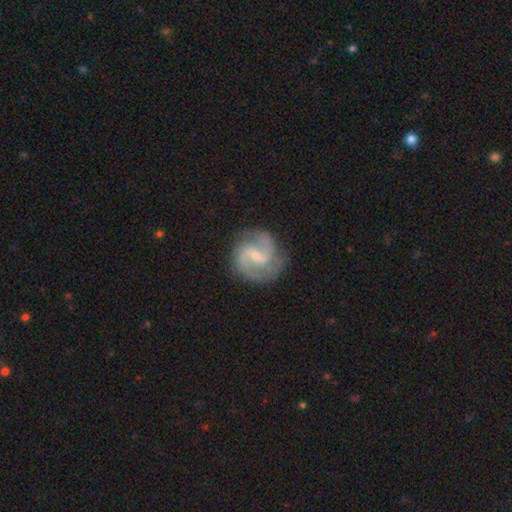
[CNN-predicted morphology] Smooth or featured: featured or disk — 88% (smooth — 7%)
Edge-on disk: no — 98% (yes — 2%)
Bar: weak — 54% (no — 26%)
Spiral arms: yes — 97% (no — 3%)
Spiral winding: medium — 57% (loose — 25%)
Spiral arm count: 2 — 90% (3 — 3%)
Bulge size: small — 66% (moderate — 26%)
Merging: none — 81% (minor disturbance — 13%)